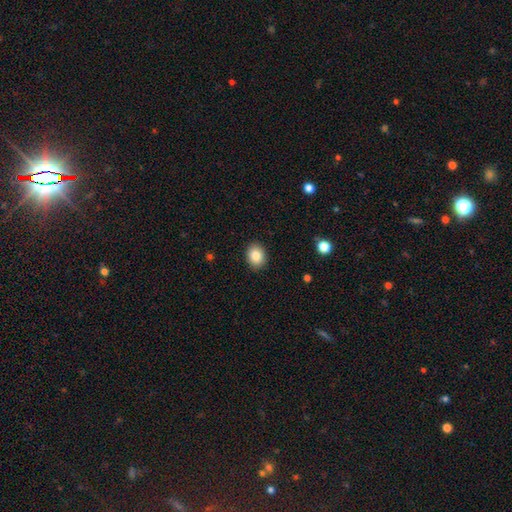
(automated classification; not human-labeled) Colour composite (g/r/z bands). It shows a smooth galaxy with no disk features (85%) that is in between round and cigar-shaped (52%). Merging: none (90%).